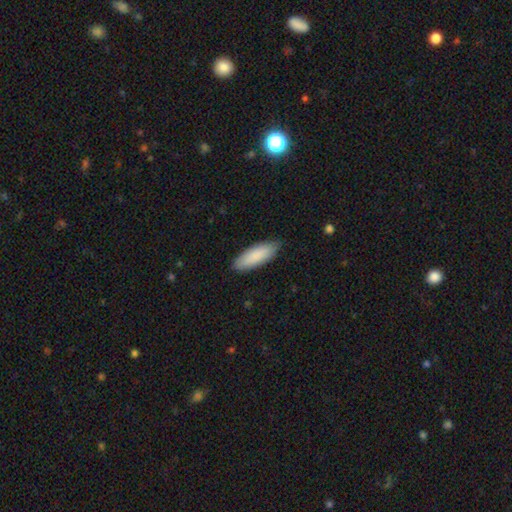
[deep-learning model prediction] Smooth or featured? Predicted: smooth (p=0.89). How rounded? Predicted: in between (p=0.62). Merging? Predicted: none (p=0.84).